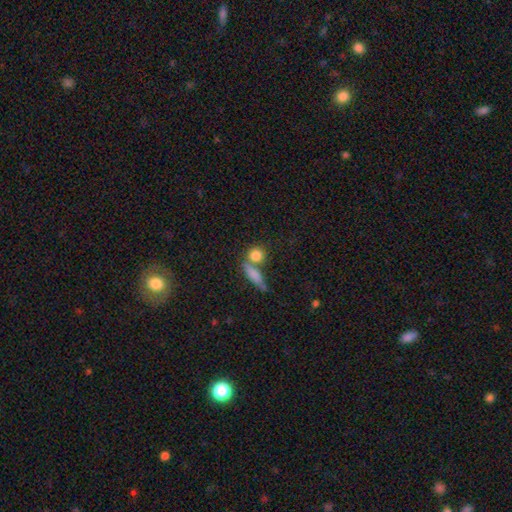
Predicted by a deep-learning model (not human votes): smooth 81%, featured or disk 10%, star or artifact 9%. Down the decision tree: how rounded — round (72%); merging — none (56%).